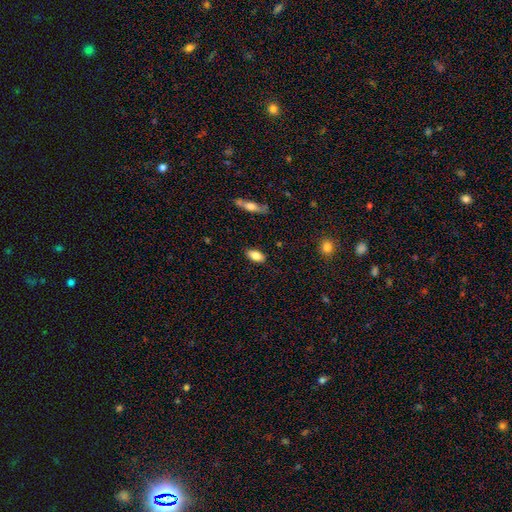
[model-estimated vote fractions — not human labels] Overall: smooth (81%). How rounded: in between (89%). Merging: none (87%).